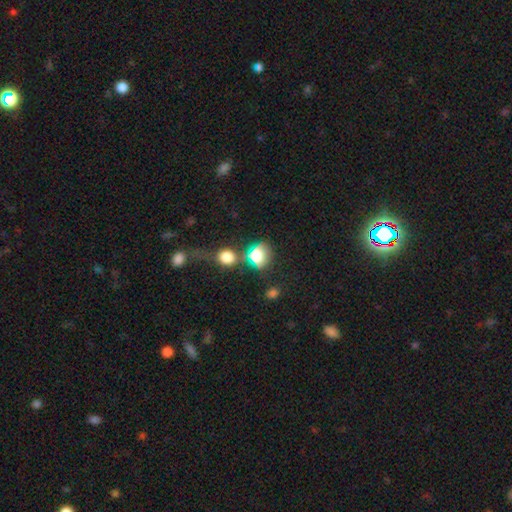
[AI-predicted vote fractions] Smooth or featured: smooth — 73% (star or artifact — 16%)
How rounded: round — 59% (in between — 40%)
Merging: none — 44% (merger — 27%)